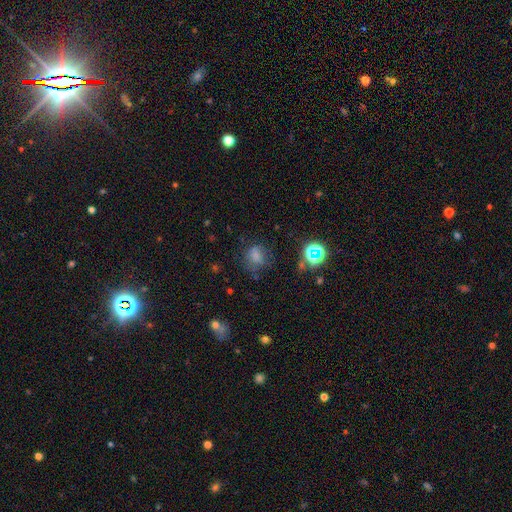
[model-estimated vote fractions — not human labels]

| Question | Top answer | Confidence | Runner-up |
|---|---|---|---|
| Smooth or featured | smooth | 66% | star or artifact (21%) |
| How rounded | round | 59% | in between (39%) |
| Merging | none | 60% | minor disturbance (23%) |